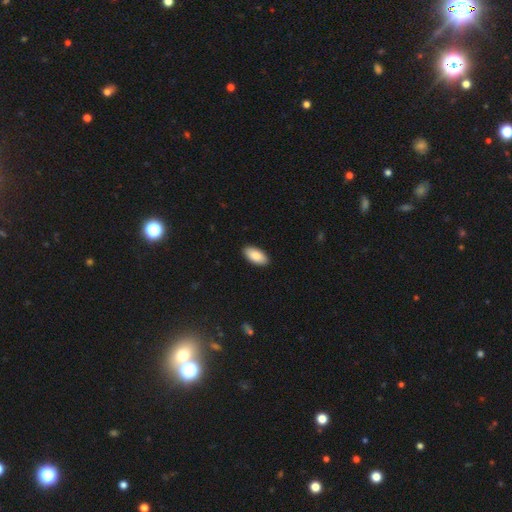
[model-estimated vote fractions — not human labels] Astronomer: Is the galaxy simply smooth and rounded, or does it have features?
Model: smooth — 88%.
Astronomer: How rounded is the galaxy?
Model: in between — 94%.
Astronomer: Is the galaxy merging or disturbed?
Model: none — 91%.